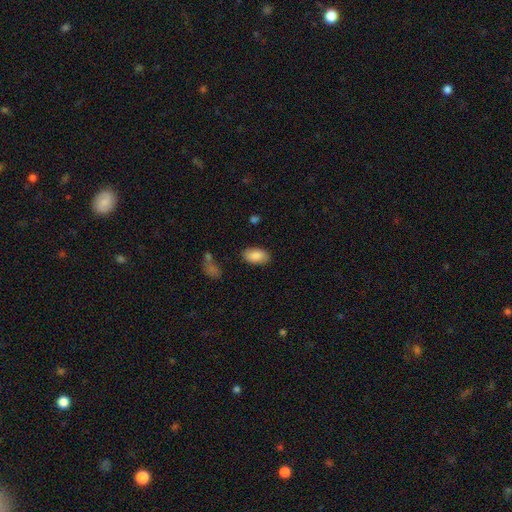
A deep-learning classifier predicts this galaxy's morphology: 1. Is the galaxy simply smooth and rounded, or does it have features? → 86% smooth, 7% featured or disk, 7% star or artifact.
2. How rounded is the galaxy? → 94% in between, 4% round, 2% cigar-shaped.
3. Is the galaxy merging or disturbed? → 85% none, 11% minor disturbance, 3% major disturbance, 2% merger.